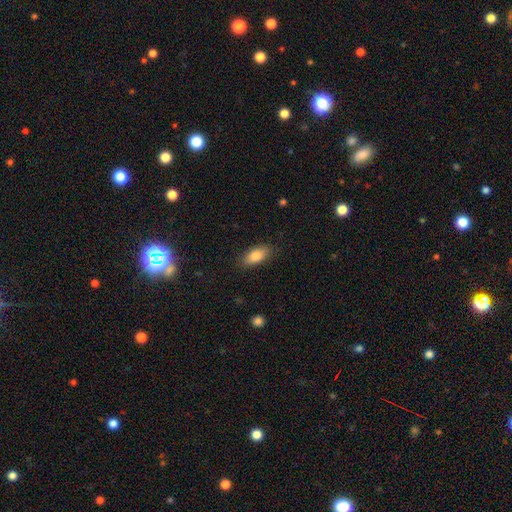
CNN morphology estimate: Smooth or featured?
  - smooth: 84% *
  - featured or disk: 9%
  - star or artifact: 7%
How rounded?
  - in between: 87% *
  - cigar-shaped: 10%
  - round: 3%
Merging?
  - none: 83% *
  - minor disturbance: 13%
  - major disturbance: 3%
  - merger: 1%